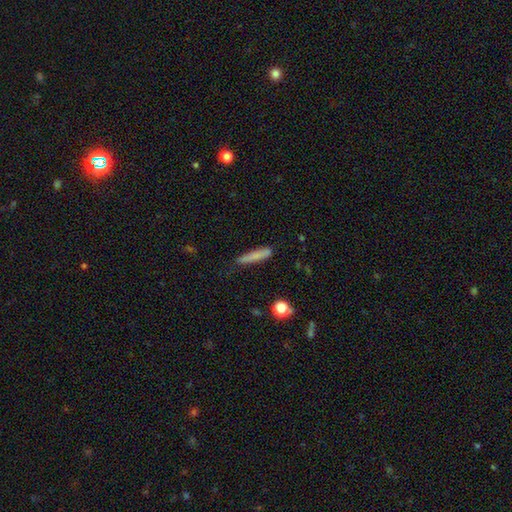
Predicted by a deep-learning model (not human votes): smooth_or_featured: smooth (p=0.76) [alt: featured or disk p=0.15]
how_rounded: cigar-shaped (p=0.91) [alt: in between p=0.07]
merging: none (p=0.75) [alt: minor disturbance p=0.18]